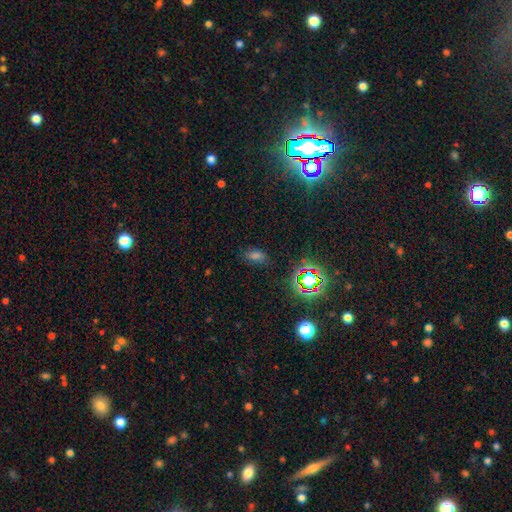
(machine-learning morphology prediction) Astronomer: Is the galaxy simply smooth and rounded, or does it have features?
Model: smooth — 59%.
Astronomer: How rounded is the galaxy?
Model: in between — 86%.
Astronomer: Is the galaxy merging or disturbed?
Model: none — 80%.